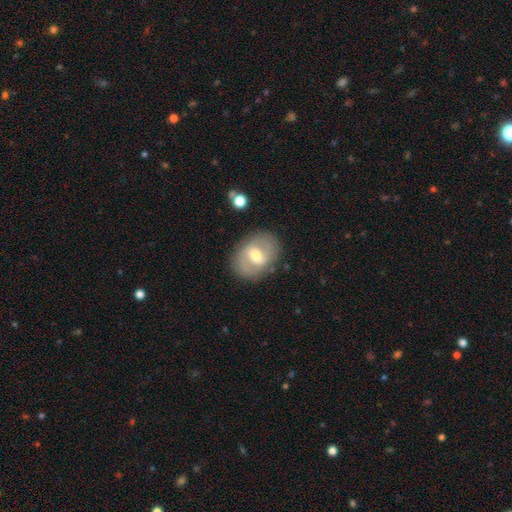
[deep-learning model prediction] Smooth or featured?
  - featured or disk: 53% *
  - smooth: 39%
  - star or artifact: 7%
Edge-on disk?
  - no: 94% *
  - yes: 6%
Bar?
  - weak: 54% *
  - strong: 26%
  - no: 20%
Spiral arms?
  - no: 51% *
  - yes: 49%
Bulge size?
  - moderate: 68% *
  - small: 24%
  - large: 6%
  - none: 1%
  - dominant: 1%
Merging?
  - none: 83% *
  - minor disturbance: 11%
  - major disturbance: 4%
  - merger: 2%